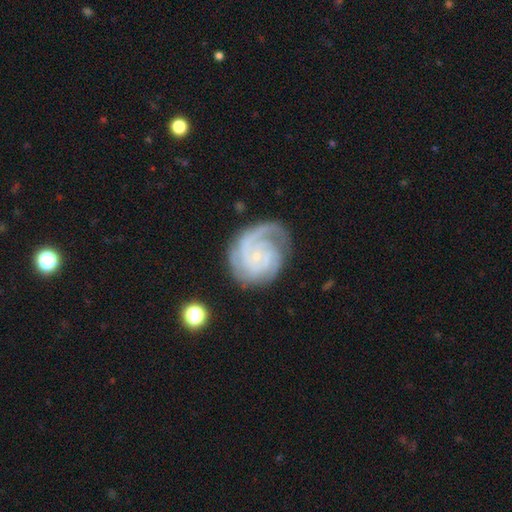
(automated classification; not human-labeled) Overall: featured or disk (88%). Edge-on disk: no (98%). Bar: no (70%). Spiral arms: yes (98%). Spiral arm count: 3 (31%; 2 28%). Spiral winding: tight (69%). Bulge size: small (83%). Merging: none (70%).